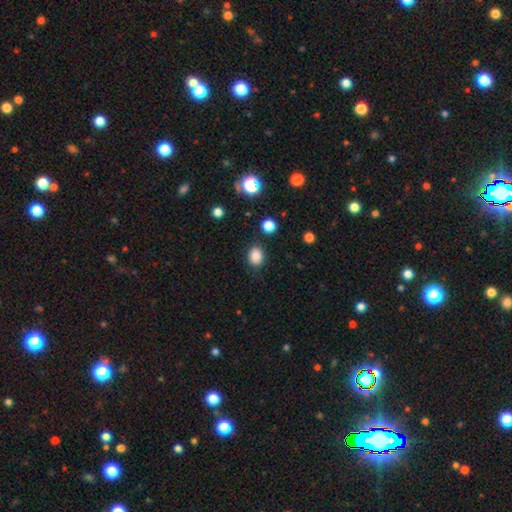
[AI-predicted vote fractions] Overall: smooth (85%). How rounded: in between (53%; round 46%). Merging: none (84%).